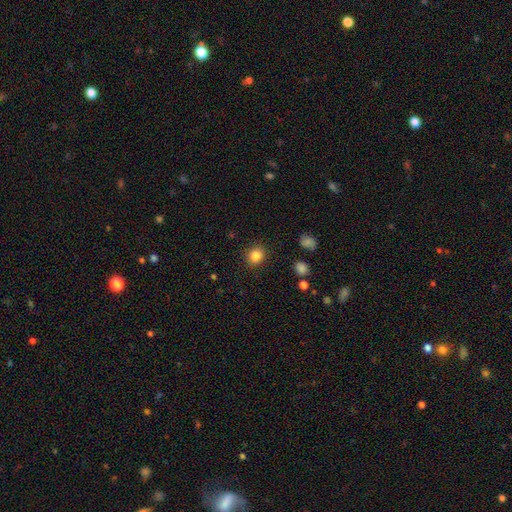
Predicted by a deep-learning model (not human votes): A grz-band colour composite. It shows a smooth galaxy with no disk features (84%) that is round (75%). Merging: none (90%).